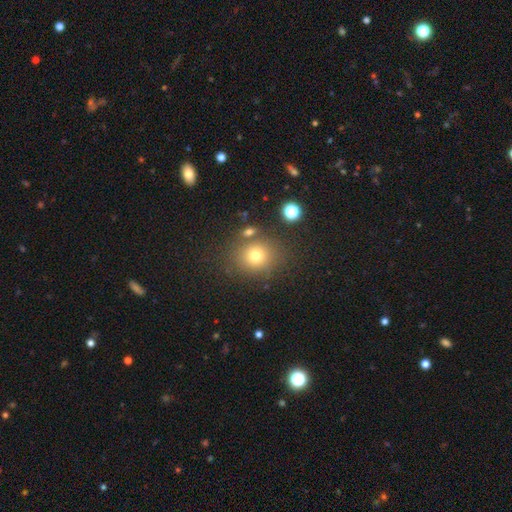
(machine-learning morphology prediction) Smooth or featured? Predicted: smooth (p=0.75). How rounded? Predicted: round (p=0.78). Merging? Predicted: none (p=0.76).